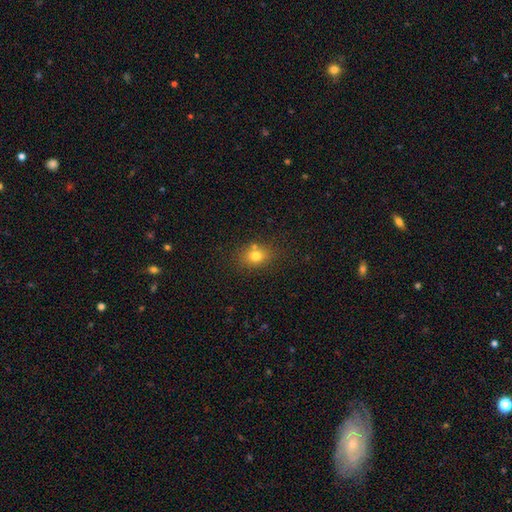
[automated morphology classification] The model was most divided on "how rounded": round: 53%, in between: 45%, cigar-shaped: 1%. More confident: smooth or featured — smooth (76%); merging — none (72%).